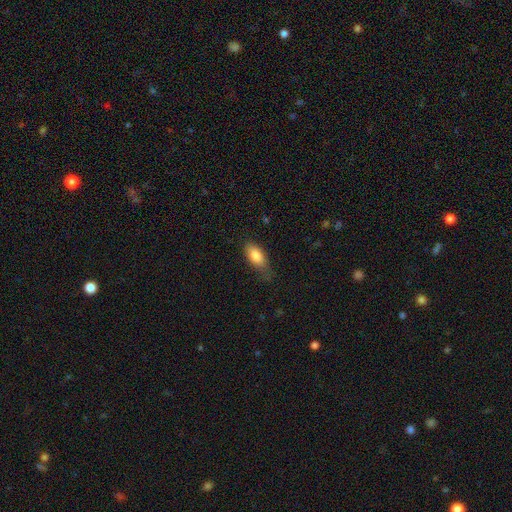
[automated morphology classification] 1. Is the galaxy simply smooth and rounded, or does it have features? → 83% smooth, 11% featured or disk, 7% star or artifact.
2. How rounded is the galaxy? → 85% in between, 12% cigar-shaped, 3% round.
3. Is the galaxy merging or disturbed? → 62% none, 29% minor disturbance, 8% major disturbance, 1% merger.